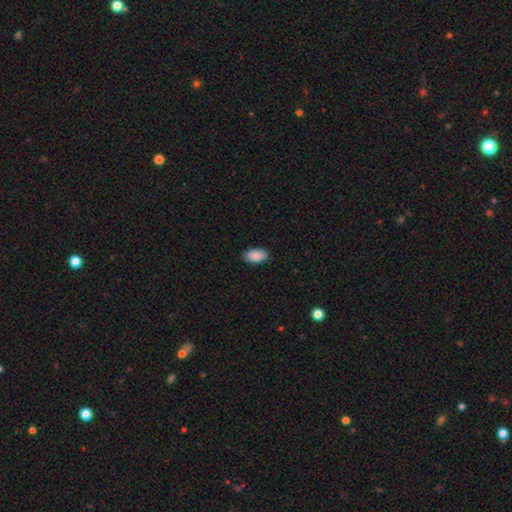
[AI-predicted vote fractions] The model was most divided on "merging": none: 88%, minor disturbance: 9%, major disturbance: 2%, merger: 1%. More confident: how rounded — in between (95%); smooth or featured — smooth (90%).